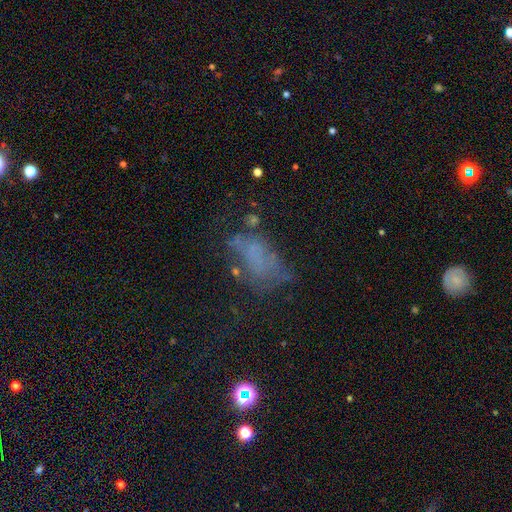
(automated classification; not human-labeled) The model was most divided on "smooth or featured": smooth: 39%, featured or disk: 37%, star or artifact: 24%. Remaining: merging — none (39%).